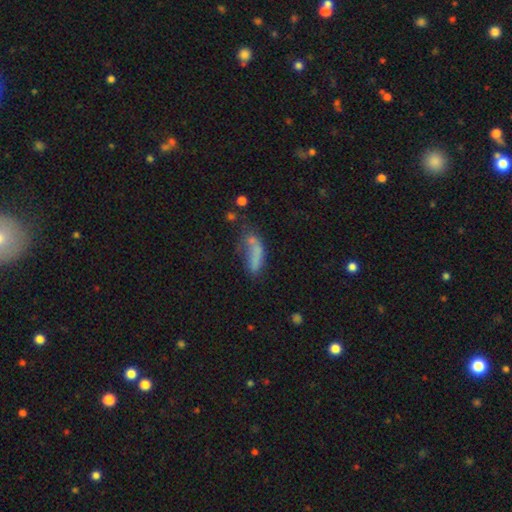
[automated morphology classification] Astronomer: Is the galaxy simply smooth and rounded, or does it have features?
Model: smooth — 64%.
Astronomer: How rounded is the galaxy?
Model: in between — 65%.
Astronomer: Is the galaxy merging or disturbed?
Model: none — 30% (runner-up: major disturbance, 27%).